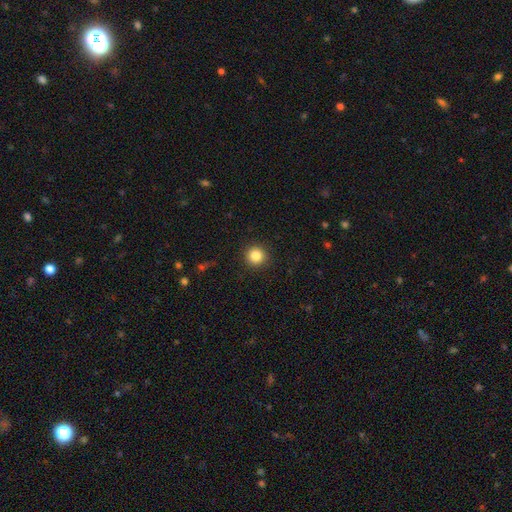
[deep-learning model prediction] The model was most divided on "smooth or featured": smooth: 85%, star or artifact: 10%, featured or disk: 4%. More confident: how rounded — round (95%); merging — none (92%).